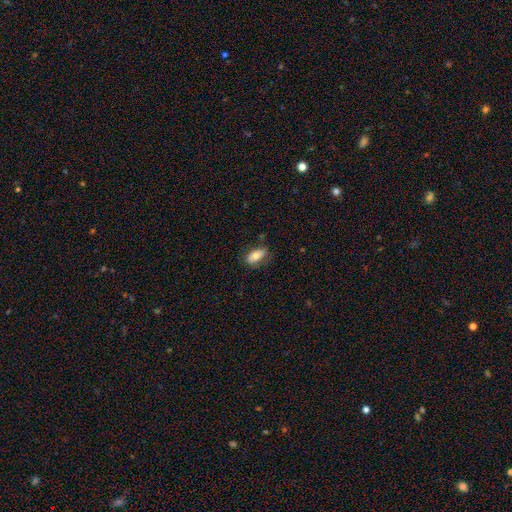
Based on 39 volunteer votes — smooth_or_featured: smooth (p=0.72) [alt: featured or disk p=0.26]
how_rounded: in between (p=1.00)
merging: none (p=0.71) [alt: minor disturbance p=0.21]